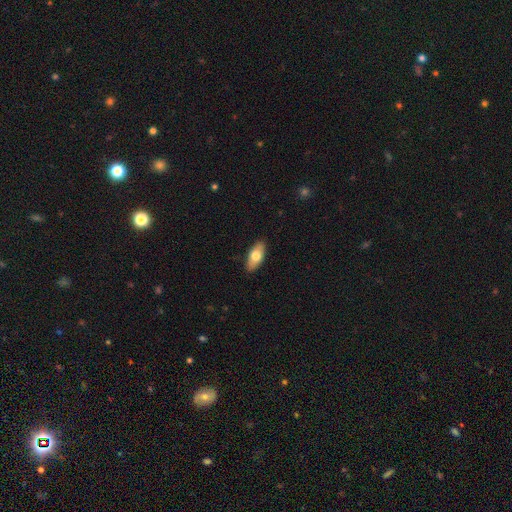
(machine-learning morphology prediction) The model was most divided on "smooth or featured": smooth: 71%, featured or disk: 23%, star or artifact: 6%. More confident: merging — none (88%); how rounded — in between (87%).